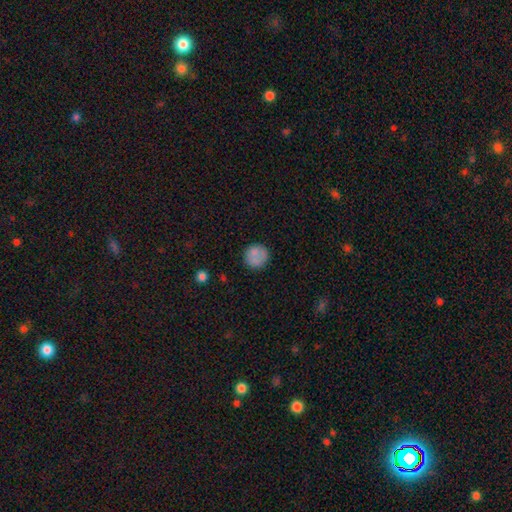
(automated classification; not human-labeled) Overall: smooth (81%). How rounded: round (91%). Merging: none (78%).